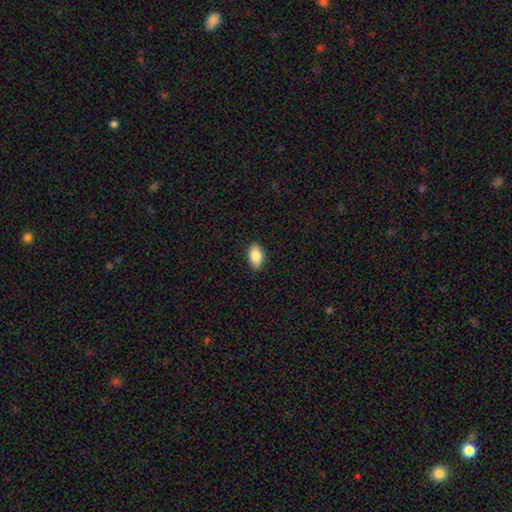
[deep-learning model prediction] Smooth or featured?
  - smooth: 86% *
  - featured or disk: 7%
  - star or artifact: 7%
How rounded?
  - in between: 92% *
  - round: 6%
  - cigar-shaped: 3%
Merging?
  - none: 88% *
  - minor disturbance: 9%
  - major disturbance: 2%
  - merger: 1%